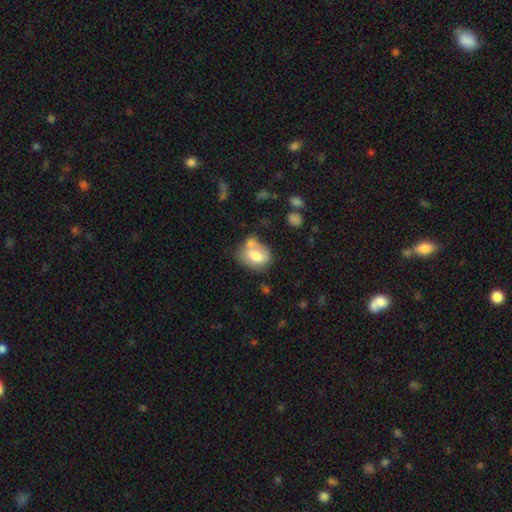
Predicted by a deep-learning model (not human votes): smooth_or_featured: smooth (p=0.71) [alt: featured or disk p=0.21]
how_rounded: in between (p=0.57) [alt: round p=0.42]
merging: none (p=0.42) [alt: merger p=0.31]